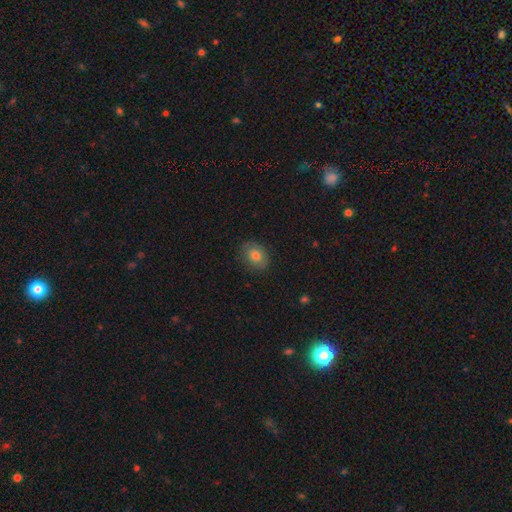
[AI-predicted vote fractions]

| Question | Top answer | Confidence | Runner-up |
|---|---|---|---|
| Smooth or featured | smooth | 74% | featured or disk (17%) |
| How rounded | in between | 57% | round (42%) |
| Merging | none | 81% | minor disturbance (14%) |